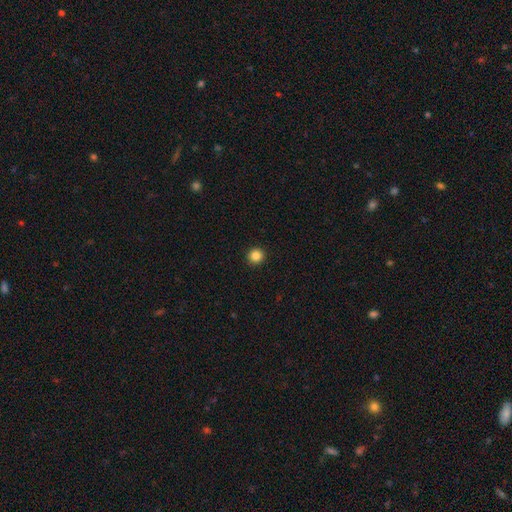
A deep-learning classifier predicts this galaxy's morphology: This appears to be a smooth galaxy with no disk features (86%) that is round (94%). Merging: none (94%).